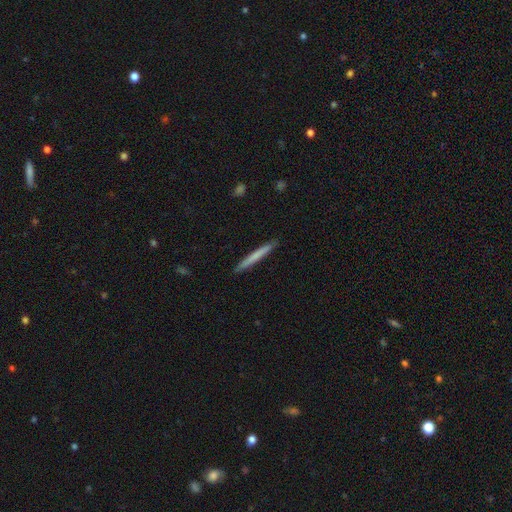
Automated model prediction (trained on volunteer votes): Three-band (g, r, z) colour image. It shows a smooth galaxy with no disk features (67%) that is cigar-shaped (97%). Merging: none (92%).